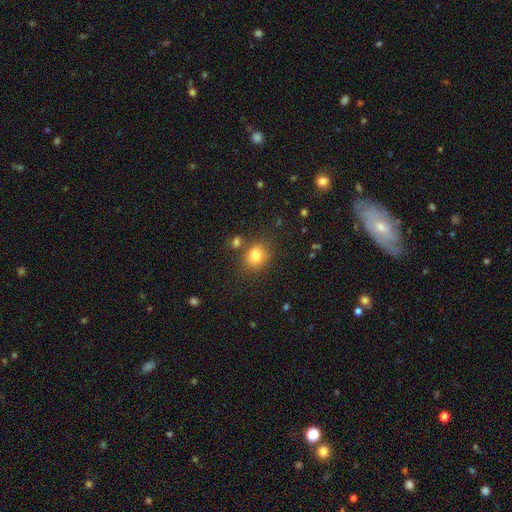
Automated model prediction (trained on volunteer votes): A smooth galaxy with no disk features (80%) that is round (59%).

Vote fractions:
- Smooth or featured? smooth: 80% / star or artifact: 11% / featured or disk: 8%
- How rounded? round: 59% / in between: 40% / cigar-shaped: 1%
- Merging? none: 71% / minor disturbance: 14% / merger: 10% / major disturbance: 4%